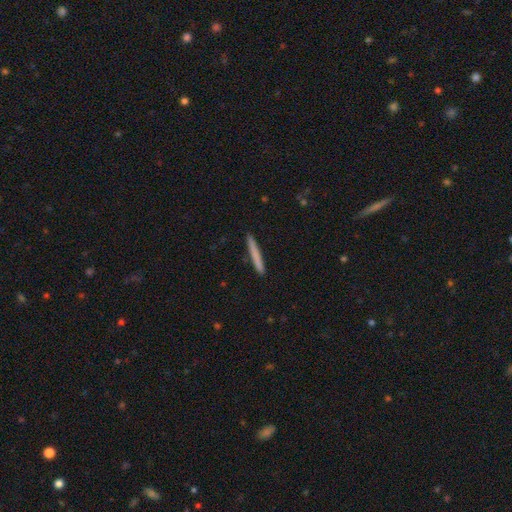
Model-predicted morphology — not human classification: Smooth or featured: smooth — 74% (featured or disk — 21%)
How rounded: cigar-shaped — 97% (in between — 2%)
Merging: none — 92% (minor disturbance — 5%)